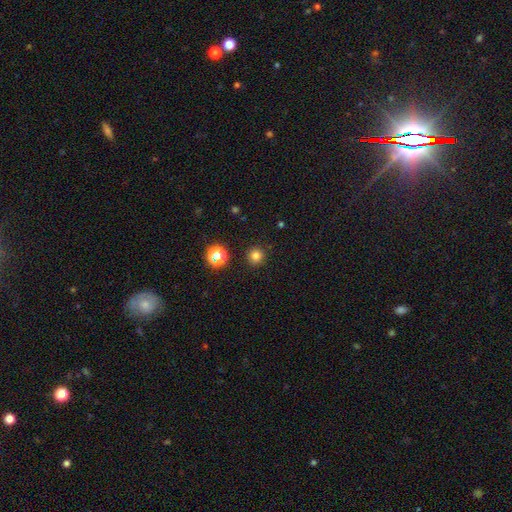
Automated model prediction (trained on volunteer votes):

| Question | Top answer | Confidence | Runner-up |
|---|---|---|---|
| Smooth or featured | smooth | 79% | star or artifact (16%) |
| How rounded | round | 95% | in between (4%) |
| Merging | none | 92% | minor disturbance (5%) |